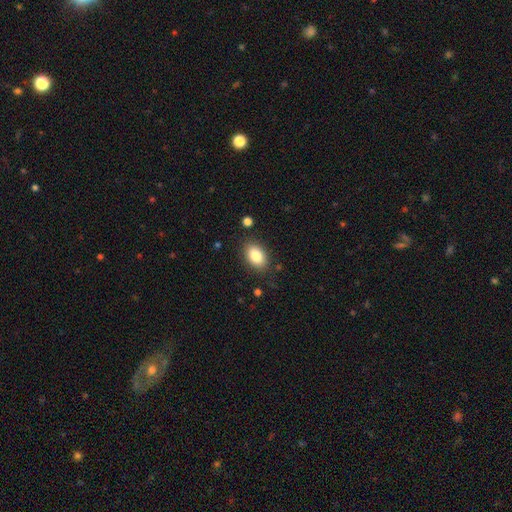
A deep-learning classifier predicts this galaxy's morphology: Smooth or featured? smooth (83%)
How rounded? in between (86%)
Merging? none (84%)